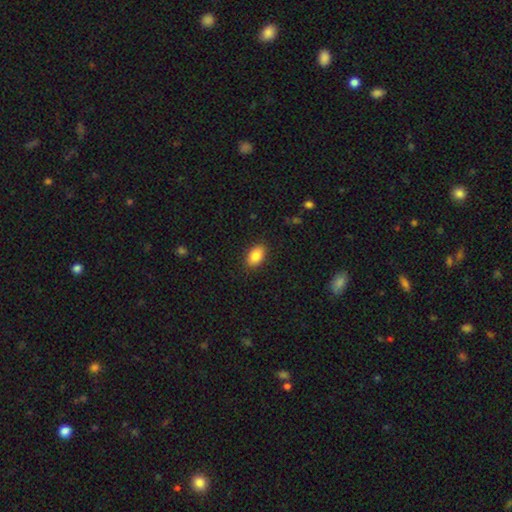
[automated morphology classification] Smooth or featured?
  - smooth: 86% *
  - star or artifact: 8%
  - featured or disk: 6%
How rounded?
  - in between: 90% *
  - round: 8%
  - cigar-shaped: 2%
Merging?
  - none: 88% *
  - minor disturbance: 9%
  - major disturbance: 2%
  - merger: 1%